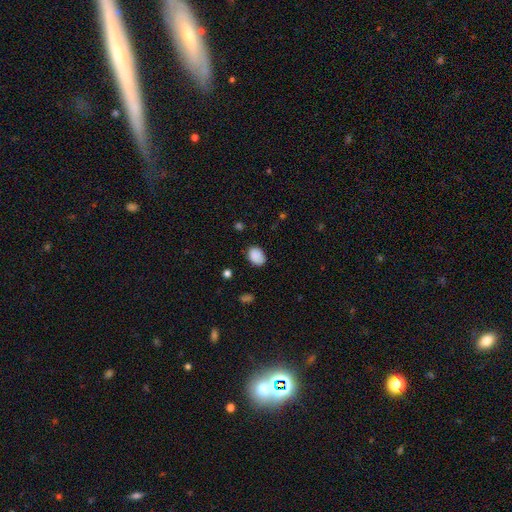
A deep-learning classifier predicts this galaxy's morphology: smooth-or-featured: smooth: 87% | star or artifact: 8% | featured or disk: 5%
  how-rounded: in between: 72% | round: 27% | cigar-shaped: 1%
  merging: none: 75% | minor disturbance: 19% | major disturbance: 4% | merger: 2%